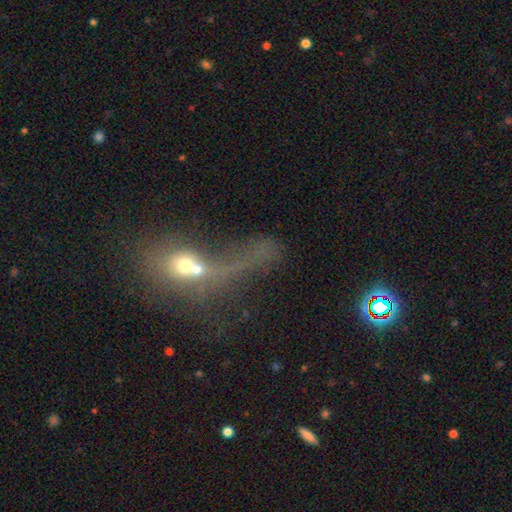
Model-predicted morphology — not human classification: type=smooth (42%); merging=merger (61%).